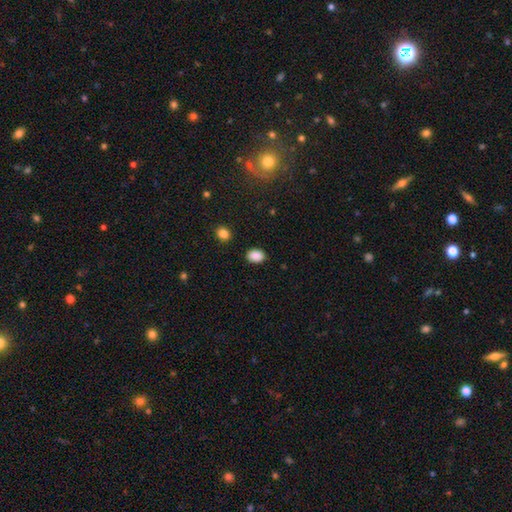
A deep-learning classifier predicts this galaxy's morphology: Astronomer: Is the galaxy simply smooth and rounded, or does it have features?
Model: smooth — 89%.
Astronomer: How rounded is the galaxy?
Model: in between — 78%.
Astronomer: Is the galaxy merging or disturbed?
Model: none — 87%.